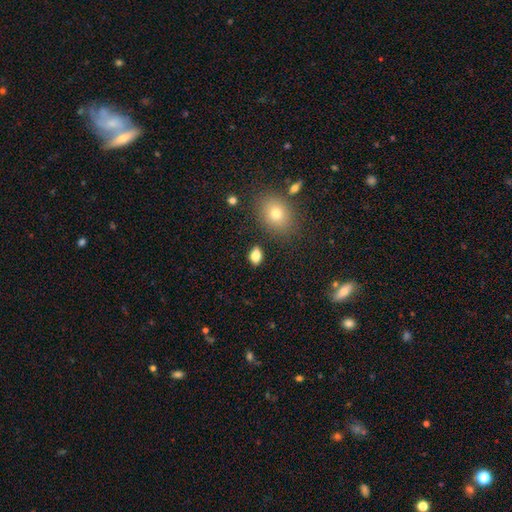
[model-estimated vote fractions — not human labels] smooth 83%, star or artifact 10%, featured or disk 7%. Down the decision tree: how rounded — in between (80%); merging — none (81%).